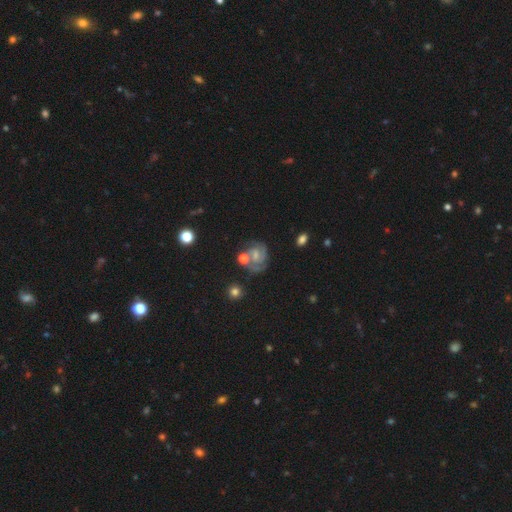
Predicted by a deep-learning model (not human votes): Smooth or featured?
  - featured or disk: 74% *
  - smooth: 17%
  - star or artifact: 9%
Edge-on disk?
  - no: 98% *
  - yes: 2%
Bar?
  - weak: 45% * (tied)
  - no: 45% * (tied)
  - strong: 10%
Spiral arms?
  - yes: 92% *
  - no: 8%
Spiral winding?
  - medium: 44% * (tied)
  - tight: 44% * (tied)
  - loose: 12%
Spiral arm count?
  - 2: 58% *
  - 3: 16%
  - can't tell: 15%
  - 1: 5%
  - 4: 3%
  - more than 4: 3%
Bulge size?
  - small: 49% *
  - moderate: 29%
  - none: 17%
  - large: 3%
  - dominant: 1%
Merging?
  - none: 55% *
  - minor disturbance: 18%
  - merger: 16%
  - major disturbance: 12%